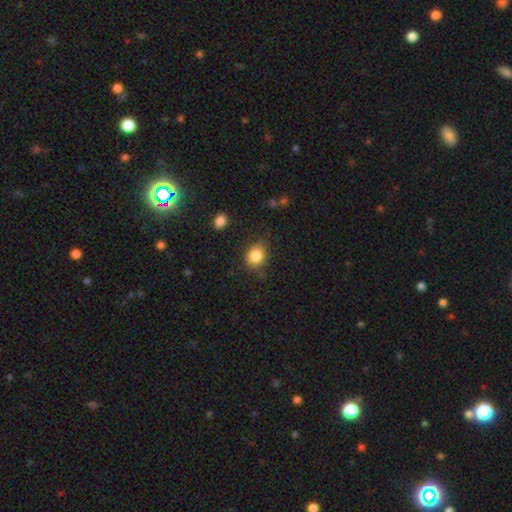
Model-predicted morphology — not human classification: smooth_or_featured: smooth (p=0.85) [alt: star or artifact p=0.10]
how_rounded: round (p=0.61) [alt: in between p=0.38]
merging: none (p=0.80) [alt: minor disturbance p=0.14]